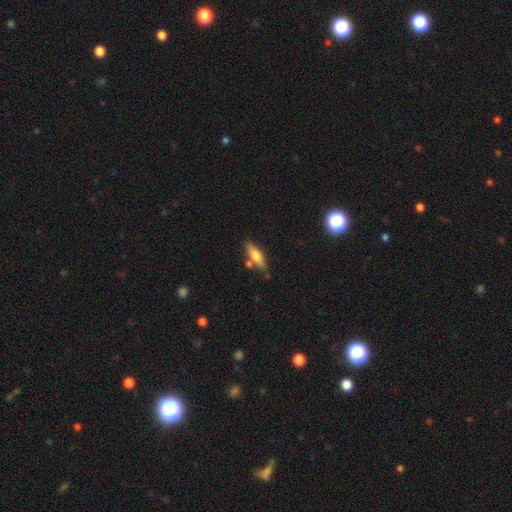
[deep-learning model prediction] This is likely a smooth galaxy (63%). How rounded: possibly cigar-shaped (59%). Merging: likely none (73%).